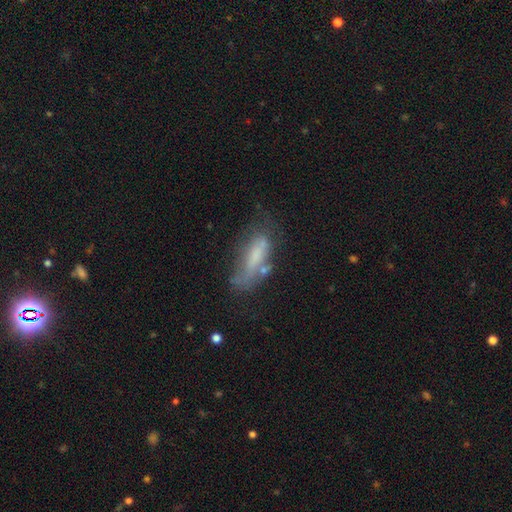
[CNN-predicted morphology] Overall: smooth (53%; featured or disk 37%). How rounded: in between (52%; cigar-shaped 46%). Merging: none (40%; minor disturbance 28%).